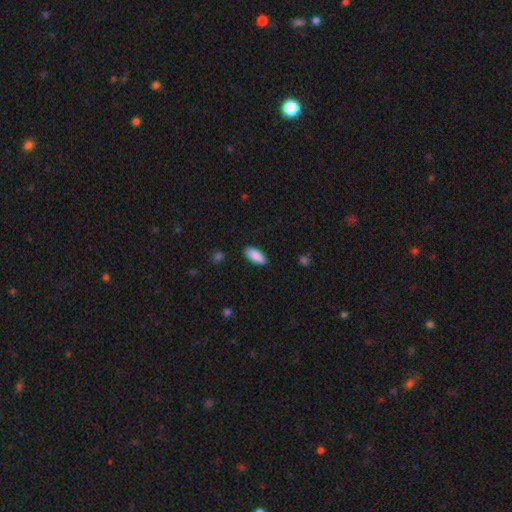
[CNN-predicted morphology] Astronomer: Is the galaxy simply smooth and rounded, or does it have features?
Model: smooth — 89%.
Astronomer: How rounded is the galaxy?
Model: in between — 85%.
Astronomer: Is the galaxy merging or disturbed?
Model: none — 88%.